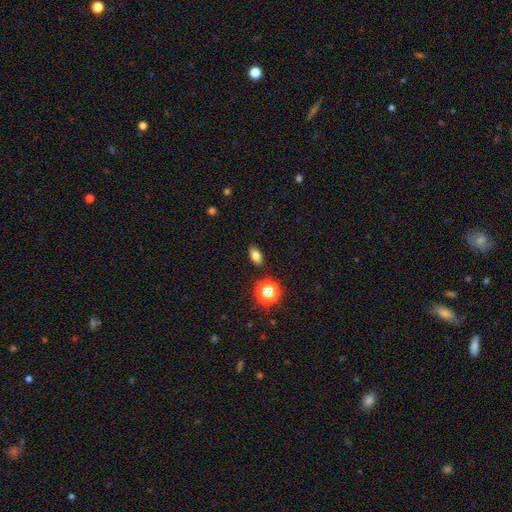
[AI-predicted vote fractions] A smooth galaxy with no disk features (75%) that is in between round and cigar-shaped (80%).

Vote fractions:
- Smooth or featured? smooth: 75% / star or artifact: 14% / featured or disk: 11%
- How rounded? in between: 80% / round: 14% / cigar-shaped: 6%
- Merging? none: 87% / minor disturbance: 9% / major disturbance: 2% / merger: 2%